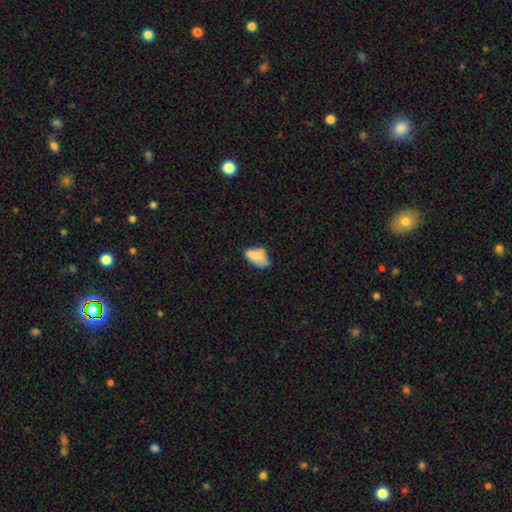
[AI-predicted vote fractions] smooth 75%, featured or disk 16%, star or artifact 9%. Down the decision tree: how rounded — in between (91%); merging — minor disturbance (38%).